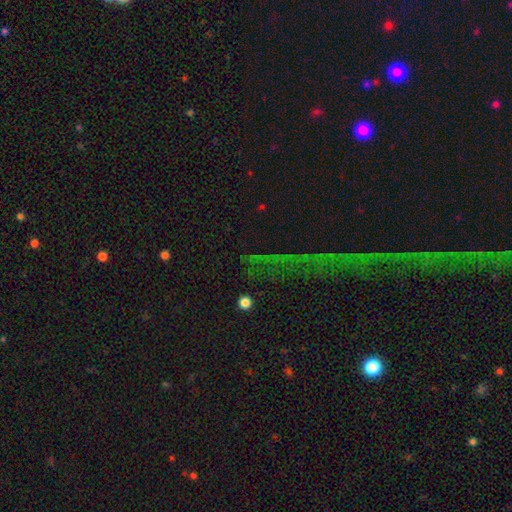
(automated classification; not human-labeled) Q: Smooth or featured?
A: star or artifact (74%); runner-up: smooth (15%)